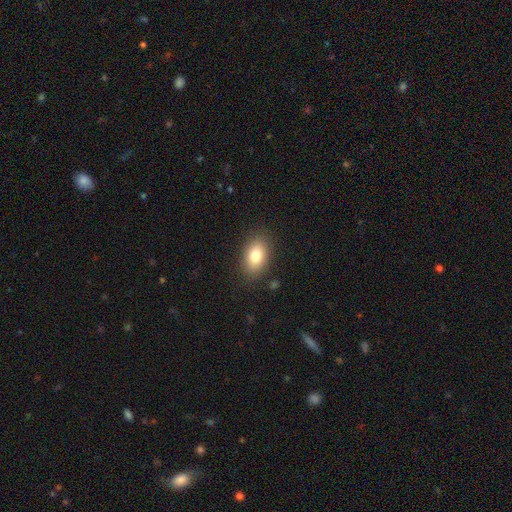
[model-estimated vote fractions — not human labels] Overall: smooth (80%). How rounded: in between (88%). Merging: none (86%).